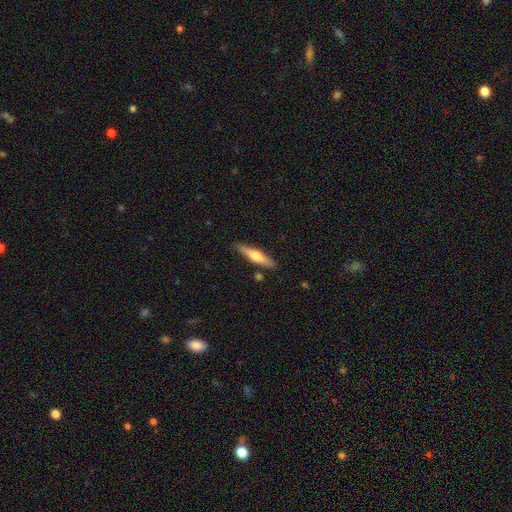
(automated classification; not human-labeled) Smooth or featured: smooth — 49% (featured or disk — 46%)
Merging: none — 86% (minor disturbance — 9%)